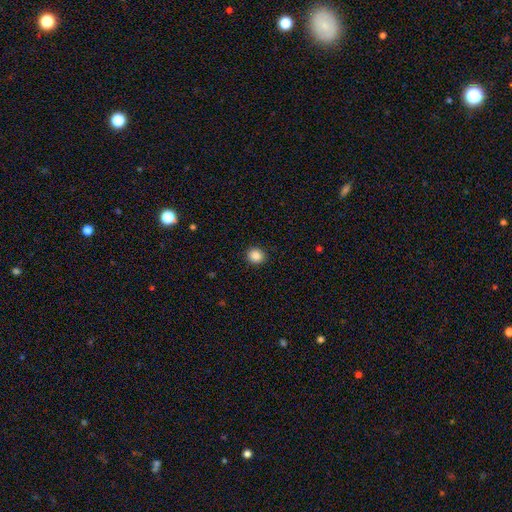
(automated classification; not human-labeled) This appears to be a smooth galaxy with no disk features (86%) that is round (87%). Merging: none (91%).